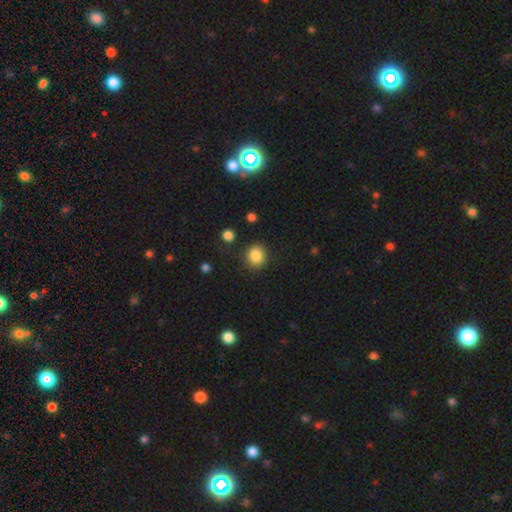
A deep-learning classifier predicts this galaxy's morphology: smooth-or-featured: smooth: 86% | star or artifact: 10% | featured or disk: 4%
  how-rounded: round: 87% | in between: 12% | cigar-shaped: 1%
  merging: none: 87% | minor disturbance: 8% | major disturbance: 3% | merger: 2%